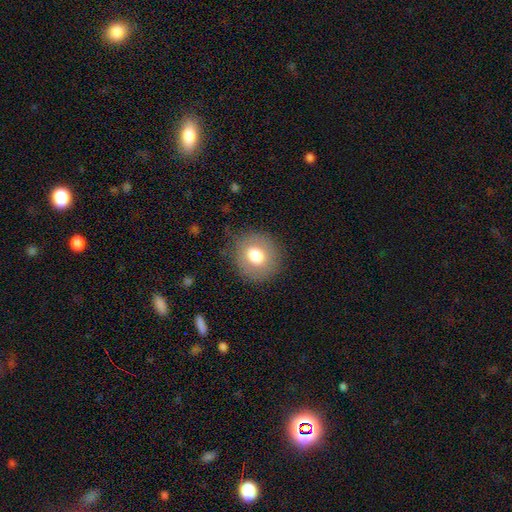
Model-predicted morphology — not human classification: Smooth or featured: smooth — 74% (featured or disk — 17%)
How rounded: round — 82% (in between — 17%)
Merging: none — 82% (minor disturbance — 12%)